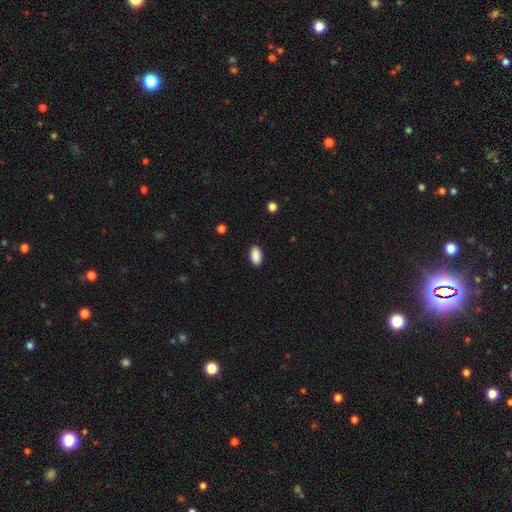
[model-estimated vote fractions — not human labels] Q: Smooth or featured?
A: smooth (90%); runner-up: star or artifact (7%)
Q: How rounded?
A: in between (94%); runner-up: round (4%)
Q: Merging?
A: none (89%); runner-up: minor disturbance (8%)